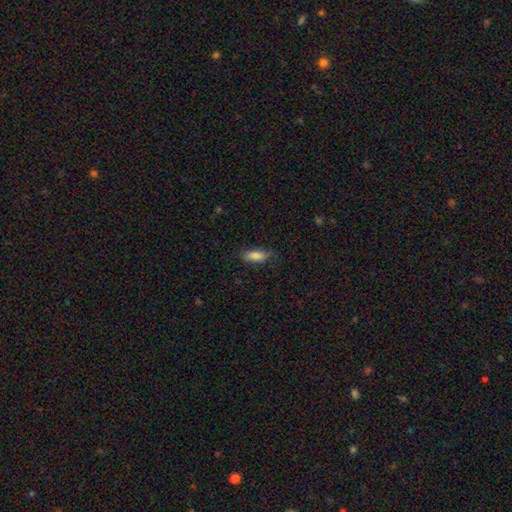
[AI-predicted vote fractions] Smooth or featured?
  - smooth: 83% *
  - featured or disk: 9%
  - star or artifact: 8%
How rounded?
  - in between: 71% *
  - cigar-shaped: 27%
  - round: 2%
Merging?
  - none: 75% *
  - minor disturbance: 19%
  - major disturbance: 4%
  - merger: 1%